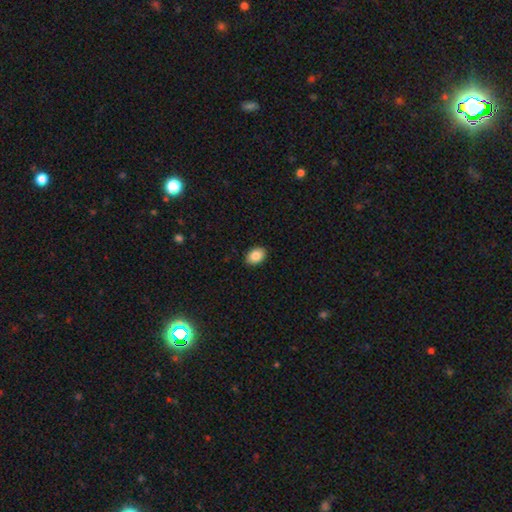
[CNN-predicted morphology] The model was most divided on "how rounded": in between: 78%, round: 21%, cigar-shaped: 1%. More confident: merging — none (89%); smooth or featured — smooth (86%).